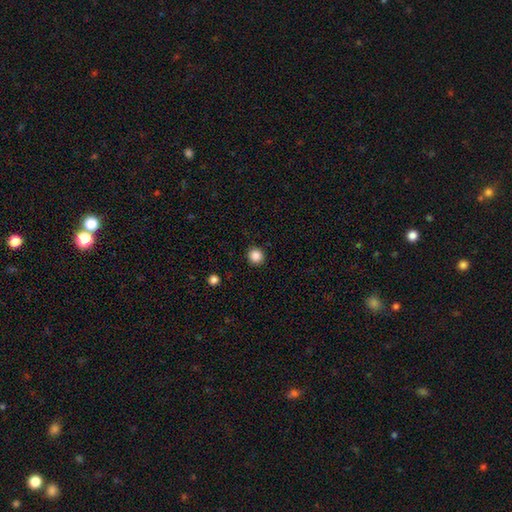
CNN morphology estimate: This is clearly a smooth galaxy (87%). How rounded: clearly round (94%). Merging: clearly none (92%).